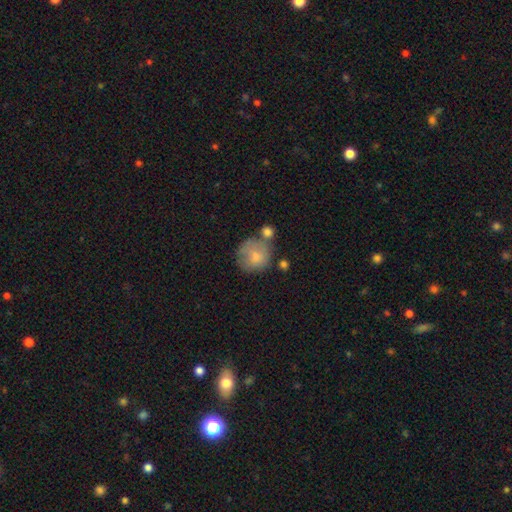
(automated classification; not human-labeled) smooth-or-featured: smooth: 76% | featured or disk: 17% | star or artifact: 7%
  how-rounded: round: 87% | in between: 12% | cigar-shaped: 1%
  merging: none: 52% | minor disturbance: 22% | merger: 18% | major disturbance: 9%